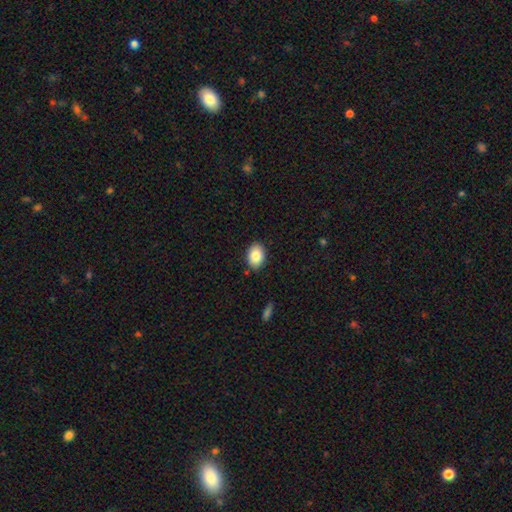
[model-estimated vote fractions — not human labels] Smooth or featured: smooth — 85% (star or artifact — 7%)
How rounded: in between — 81% (round — 18%)
Merging: none — 87% (minor disturbance — 10%)